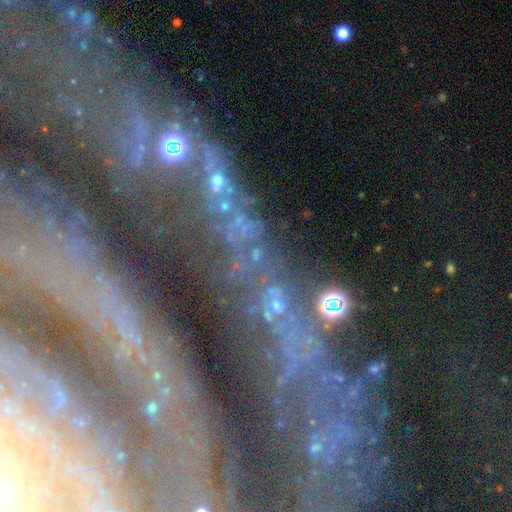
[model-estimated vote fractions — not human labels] Smooth or featured: featured or disk — 41% (star or artifact — 38%)
Merging: none — 36% (major disturbance — 26%)